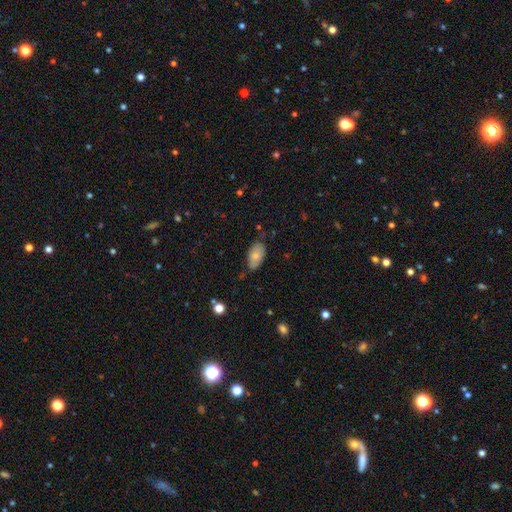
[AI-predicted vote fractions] A smooth galaxy with no disk features (78%) that is in between round and cigar-shaped (93%).

Vote fractions:
- Smooth or featured? smooth: 78% / featured or disk: 14% / star or artifact: 7%
- How rounded? in between: 93% / round: 4% / cigar-shaped: 2%
- Merging? none: 68% / minor disturbance: 25% / major disturbance: 4% / merger: 3%